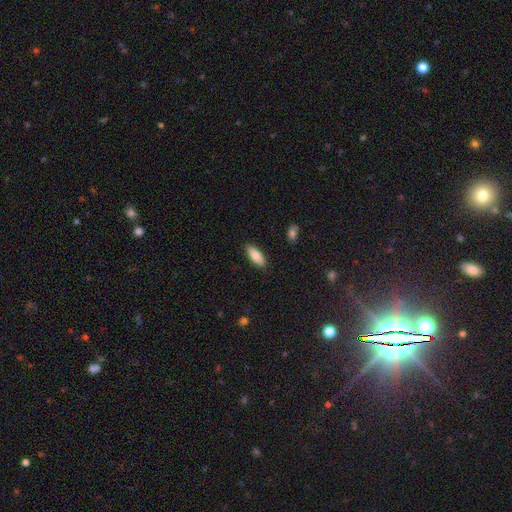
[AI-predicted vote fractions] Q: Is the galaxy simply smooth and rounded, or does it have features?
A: smooth — 85%.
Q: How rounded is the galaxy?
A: in between — 71%.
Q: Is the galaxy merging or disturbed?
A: none — 88%.